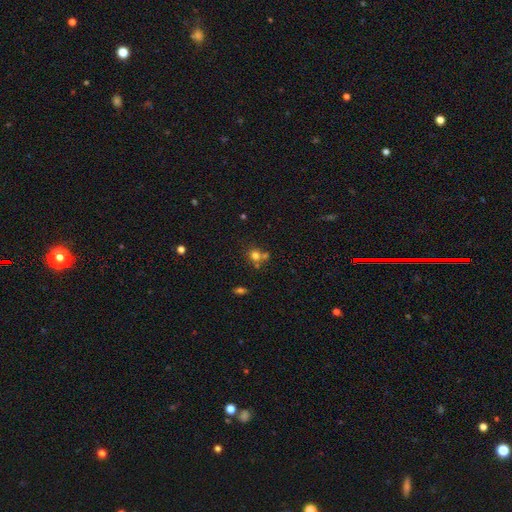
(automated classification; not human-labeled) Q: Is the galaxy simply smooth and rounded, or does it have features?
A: smooth — 72%.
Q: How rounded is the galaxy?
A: round — 79%.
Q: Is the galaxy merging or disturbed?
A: none — 51%.